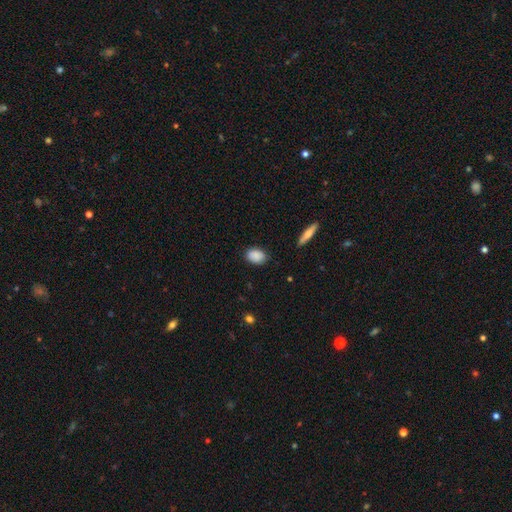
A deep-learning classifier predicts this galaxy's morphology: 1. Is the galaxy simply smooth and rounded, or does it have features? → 88% smooth, 7% star or artifact, 5% featured or disk.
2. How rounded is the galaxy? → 82% in between, 16% round, 2% cigar-shaped.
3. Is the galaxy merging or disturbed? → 83% none, 13% minor disturbance, 2% major disturbance, 1% merger.